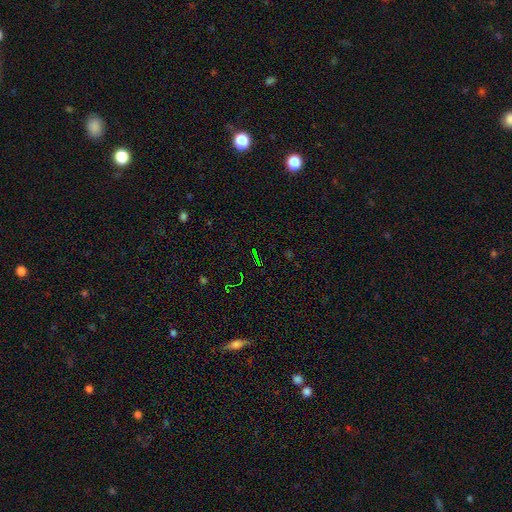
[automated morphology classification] smooth_or_featured: star or artifact (p=0.74) [alt: smooth p=0.14]